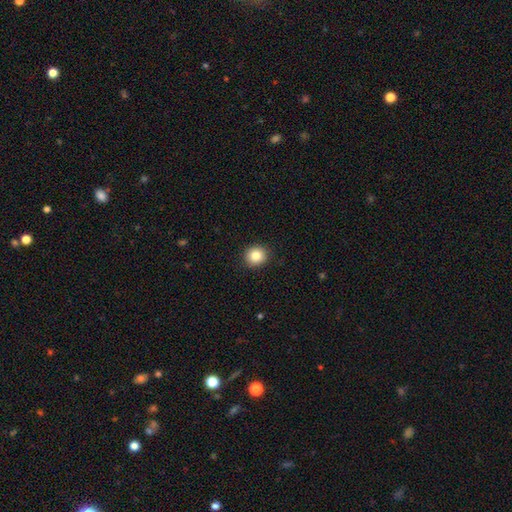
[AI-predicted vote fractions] Q: Smooth or featured?
A: smooth (84%); runner-up: star or artifact (10%)
Q: How rounded?
A: round (88%); runner-up: in between (11%)
Q: Merging?
A: none (91%); runner-up: minor disturbance (6%)